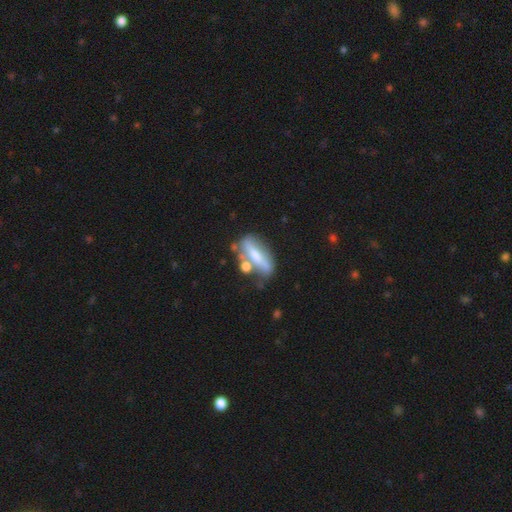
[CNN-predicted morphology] Overall: featured or disk (55%; smooth 37%). Edge-on disk: no (59%; yes 41%). Merging: none (51%; minor disturbance 20%).